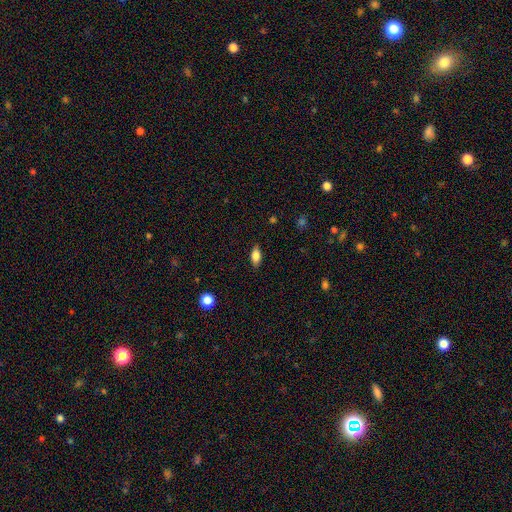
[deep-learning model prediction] A smooth galaxy with no disk features (79%) that is in between round and cigar-shaped (85%). Merging: none (85%).